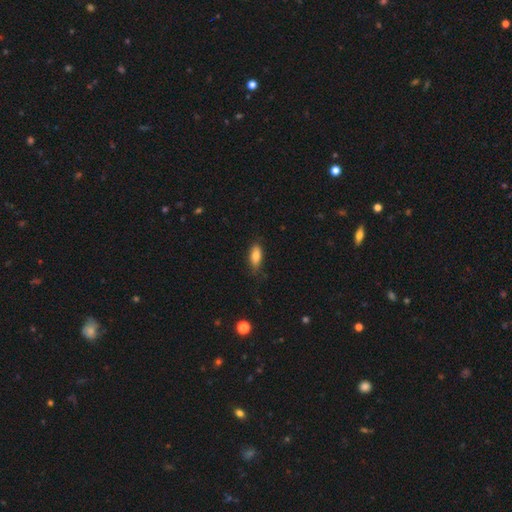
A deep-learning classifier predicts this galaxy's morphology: Smooth or featured? Predicted: smooth (p=0.81). How rounded? Predicted: in between (p=0.82). Merging? Predicted: none (p=0.78).